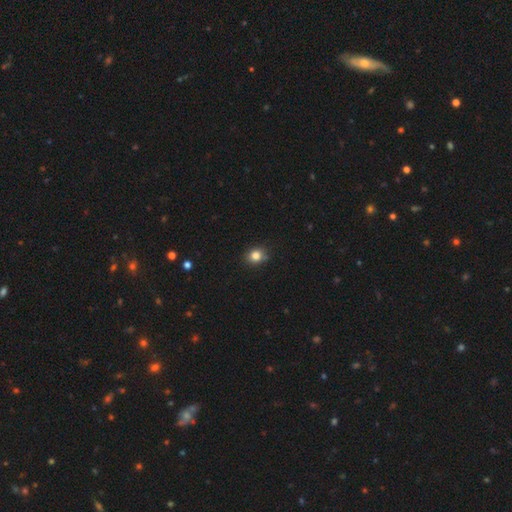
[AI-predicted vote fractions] Smooth or featured? Predicted: smooth (p=0.82). How rounded? Predicted: round (p=0.70). Merging? Predicted: none (p=0.83).